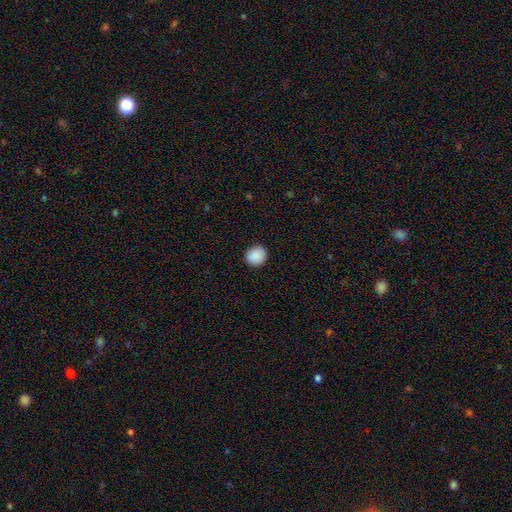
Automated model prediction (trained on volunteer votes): The model was most divided on "how rounded": round: 83%, in between: 16%, cigar-shaped: 1%. More confident: merging — none (91%); smooth or featured — smooth (90%).